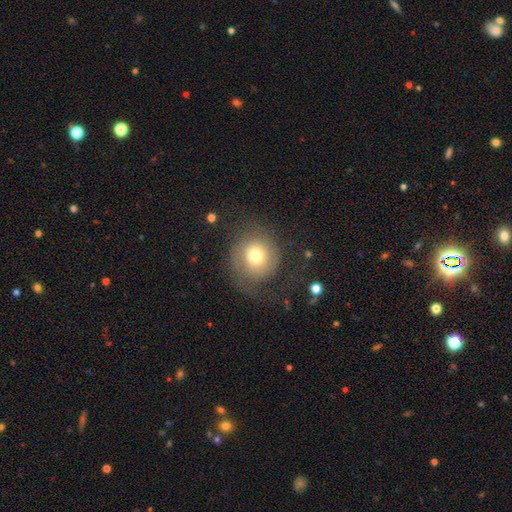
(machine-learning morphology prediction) Smooth or featured? smooth (67%)
How rounded? round (88%)
Merging? none (61%)